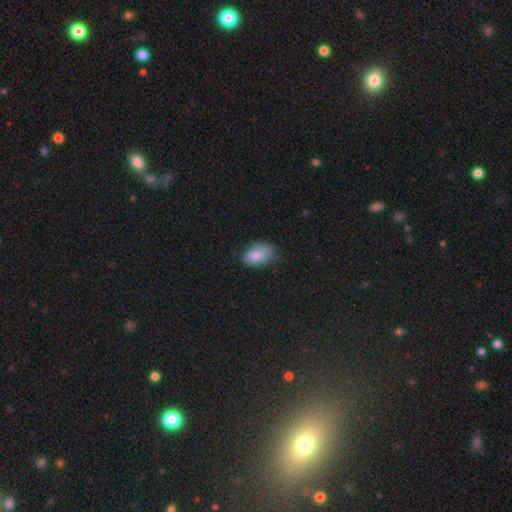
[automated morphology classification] Overall: smooth (83%). How rounded: in between (90%). Merging: none (60%; minor disturbance 32%).